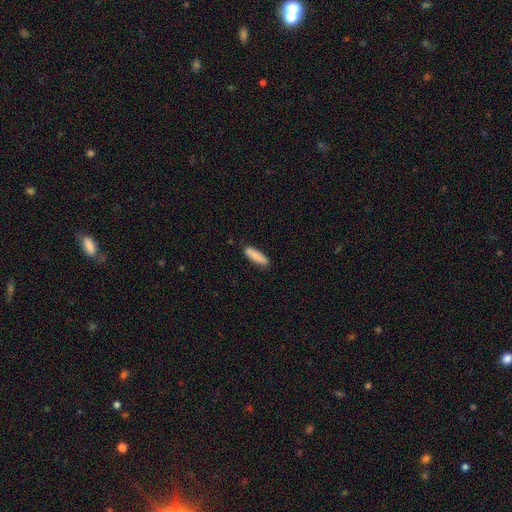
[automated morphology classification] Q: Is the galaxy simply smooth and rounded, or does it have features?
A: smooth — 87%.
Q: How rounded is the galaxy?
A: cigar-shaped — 71%.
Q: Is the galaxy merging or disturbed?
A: none — 87%.